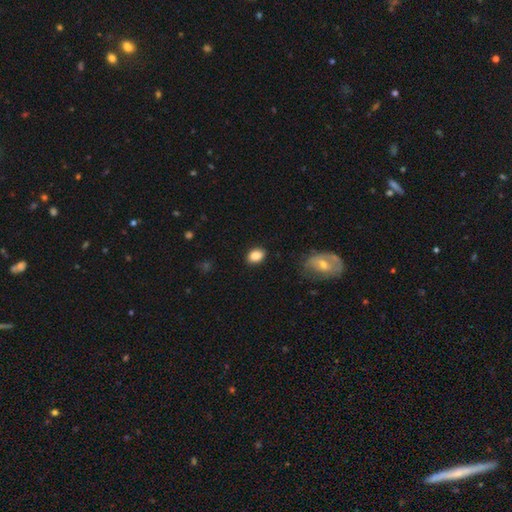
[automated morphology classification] Overall: smooth (87%). How rounded: in between (77%). Merging: none (84%).